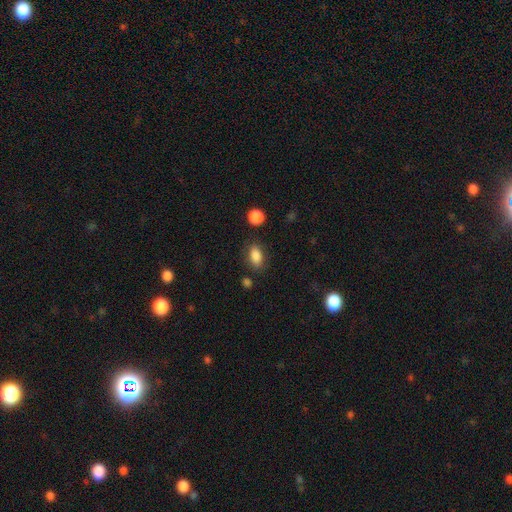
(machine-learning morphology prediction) type=smooth (86%); roundness=in between (87%); merging=none (81%).